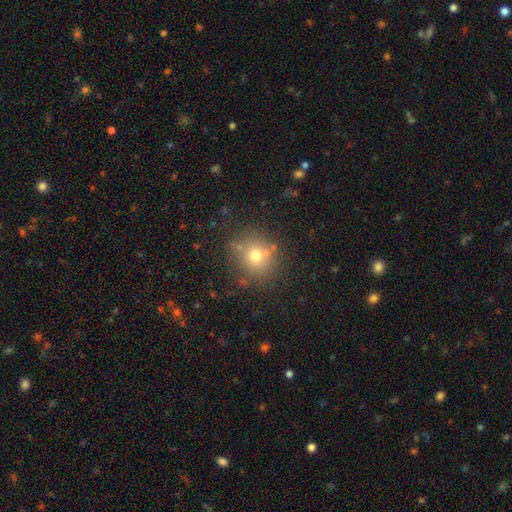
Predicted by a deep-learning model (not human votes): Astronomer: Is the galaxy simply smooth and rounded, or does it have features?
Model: smooth — 71%.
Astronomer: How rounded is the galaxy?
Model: round — 83%.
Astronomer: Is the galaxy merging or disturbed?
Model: none — 77%.